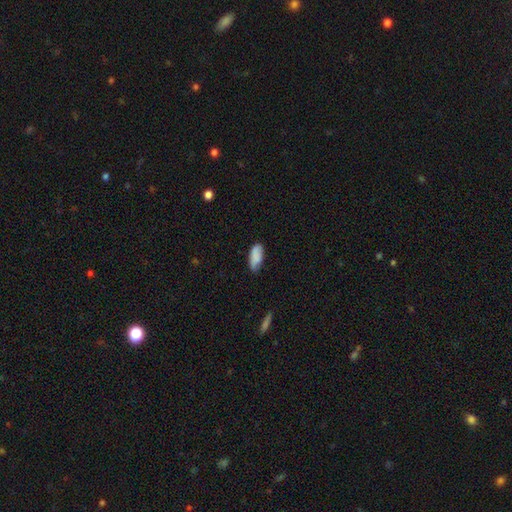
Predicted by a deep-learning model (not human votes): A smooth galaxy with no disk features (84%) that is in between round and cigar-shaped (87%). Merging: none (60%).